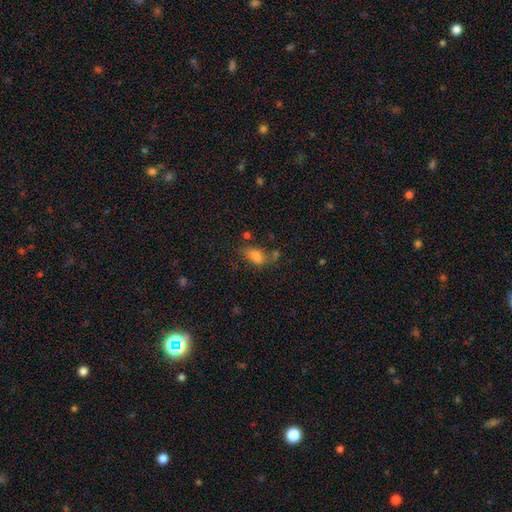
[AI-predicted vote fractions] Smooth or featured: smooth — 74% (star or artifact — 13%)
How rounded: in between — 84% (round — 10%)
Merging: none — 46% (minor disturbance — 22%)